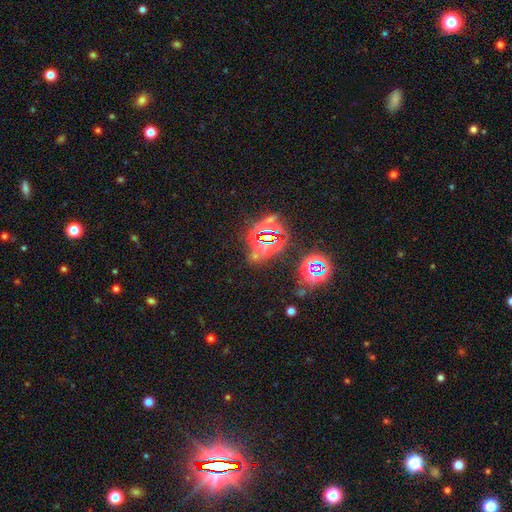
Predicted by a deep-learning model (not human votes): smooth_or_featured: star or artifact (p=0.76) [alt: smooth p=0.15]